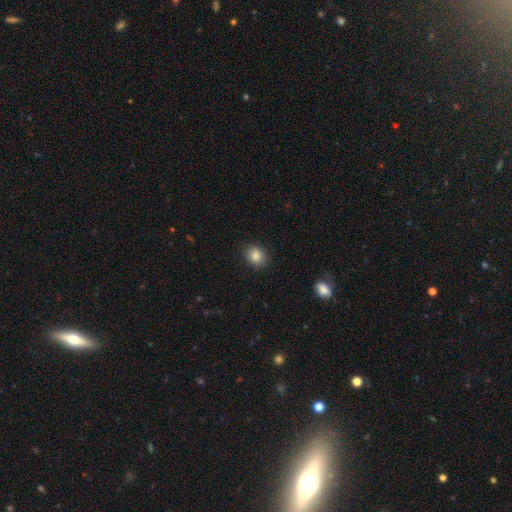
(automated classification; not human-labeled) A smooth galaxy with no disk features (86%) that is round (59%).

Vote fractions:
- Smooth or featured? smooth: 86% / star or artifact: 9% / featured or disk: 5%
- How rounded? round: 59% / in between: 41% / cigar-shaped: 1%
- Merging? none: 88% / minor disturbance: 9% / major disturbance: 2% / merger: 1%